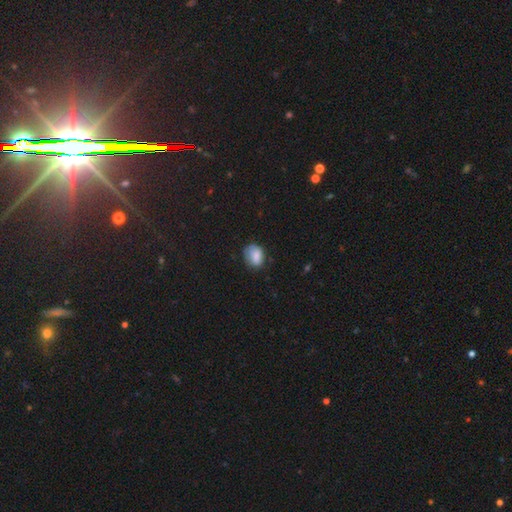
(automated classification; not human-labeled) The model was most divided on "how rounded": in between: 61%, round: 38%, cigar-shaped: 1%. More confident: smooth or featured — smooth (80%); merging — none (60%).